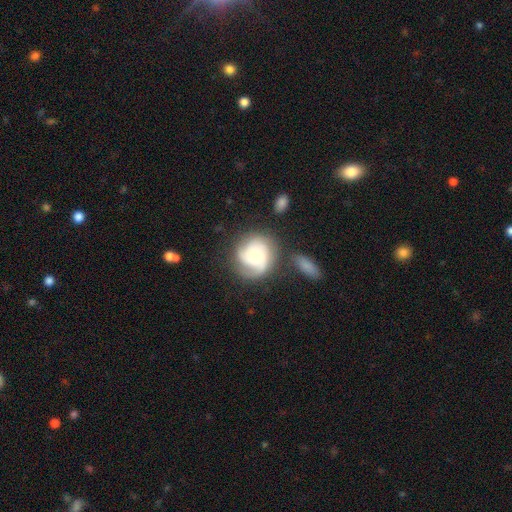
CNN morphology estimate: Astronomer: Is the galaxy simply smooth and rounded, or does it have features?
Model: featured or disk — 71%.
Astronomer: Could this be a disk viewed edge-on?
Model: no — 98%.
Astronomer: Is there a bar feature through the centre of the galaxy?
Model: no — 74%.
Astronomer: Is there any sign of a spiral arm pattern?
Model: yes — 93%.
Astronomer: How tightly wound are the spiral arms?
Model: tight — 49% (runner-up: medium, 37%).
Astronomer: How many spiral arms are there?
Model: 3 — 42% (runner-up: 2, 23%).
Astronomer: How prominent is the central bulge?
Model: moderate — 58%.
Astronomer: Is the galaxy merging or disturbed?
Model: none — 65%.